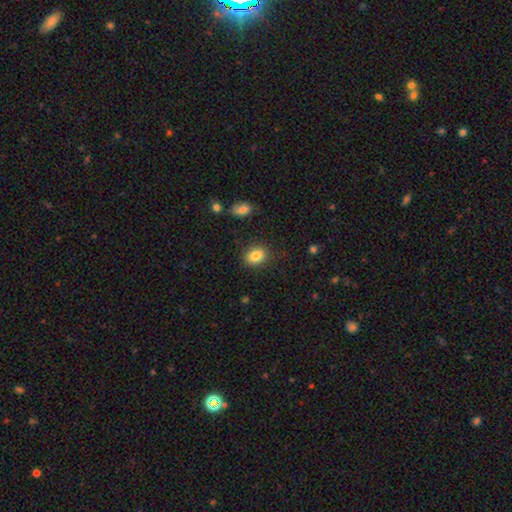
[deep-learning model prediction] A smooth galaxy with no disk features (84%) that is in between round and cigar-shaped (62%).

Vote fractions:
- Smooth or featured? smooth: 84% / star or artifact: 9% / featured or disk: 7%
- How rounded? in between: 62% / round: 37% / cigar-shaped: 1%
- Merging? none: 85% / minor disturbance: 10% / major disturbance: 3% / merger: 2%